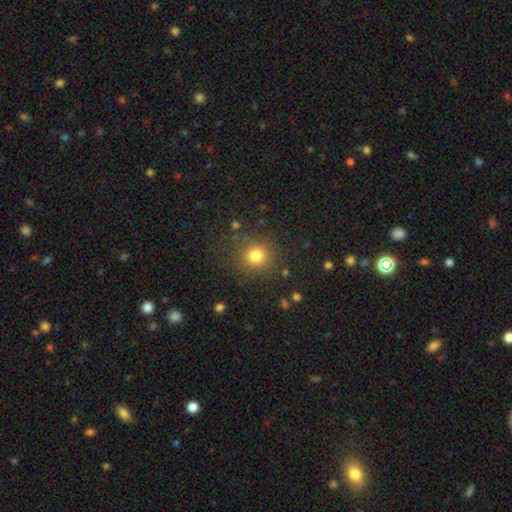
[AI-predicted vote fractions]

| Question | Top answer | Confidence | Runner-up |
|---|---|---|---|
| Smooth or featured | smooth | 78% | star or artifact (15%) |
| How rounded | round | 92% | in between (7%) |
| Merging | none | 85% | minor disturbance (9%) |